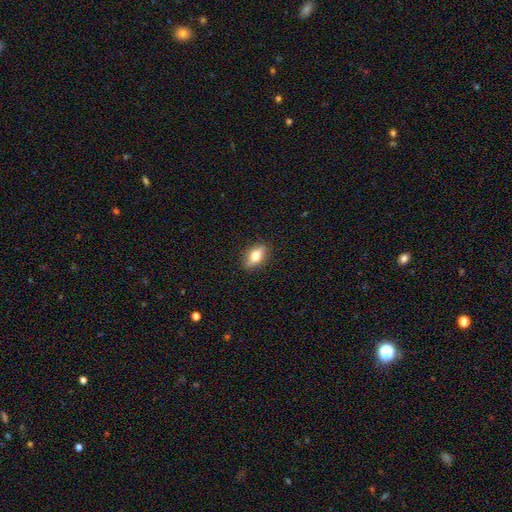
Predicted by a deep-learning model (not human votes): Q: Smooth or featured?
A: smooth (54%); runner-up: featured or disk (38%)
Q: How rounded?
A: in between (74%); runner-up: cigar-shaped (17%)
Q: Merging?
A: none (86%); runner-up: minor disturbance (10%)